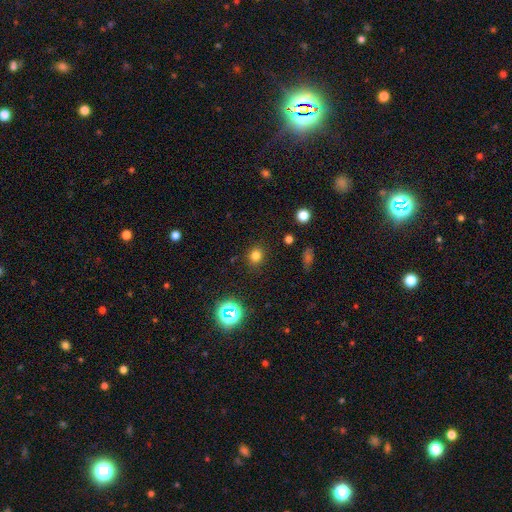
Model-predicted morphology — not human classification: Smooth or featured? smooth (77%)
How rounded? round (78%)
Merging? none (88%)